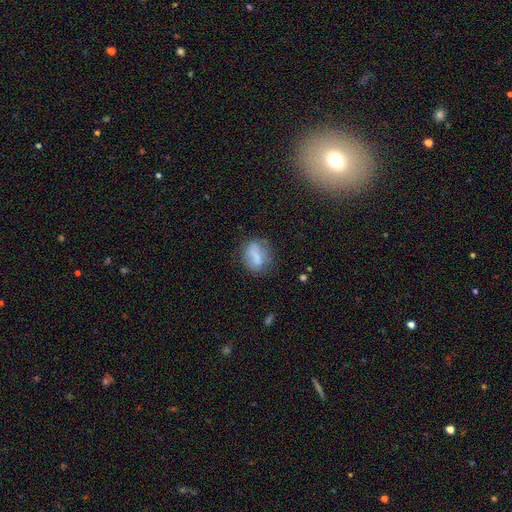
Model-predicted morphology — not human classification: type=smooth (67%); roundness=in between (58%); merging=none (61%).